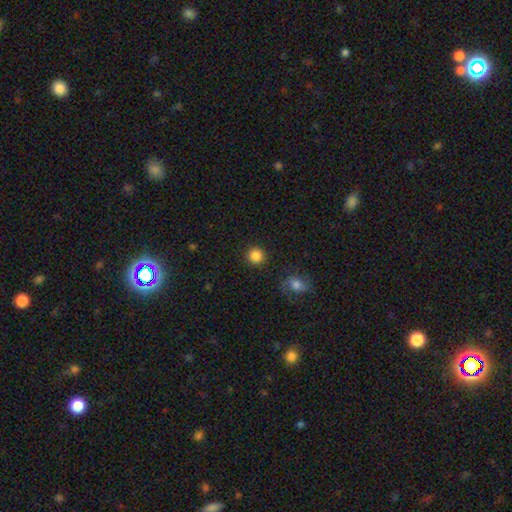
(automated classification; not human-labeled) Smooth or featured: smooth — 86% (star or artifact — 10%)
How rounded: round — 94% (in between — 5%)
Merging: none — 91% (minor disturbance — 5%)